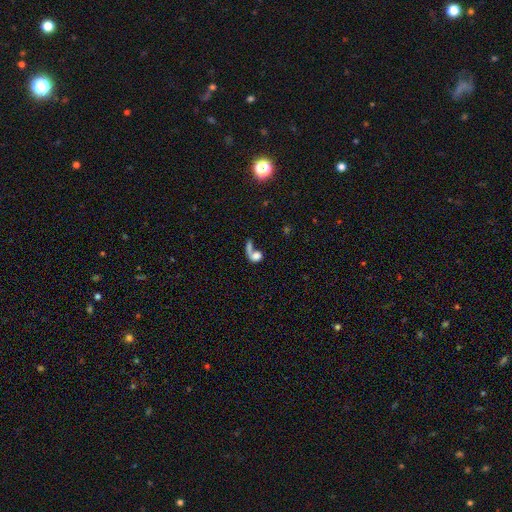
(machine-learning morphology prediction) Smooth or featured: smooth — 64% (featured or disk — 24%)
How rounded: in between — 57% (round — 37%)
Merging: merger — 50% (none — 23%)